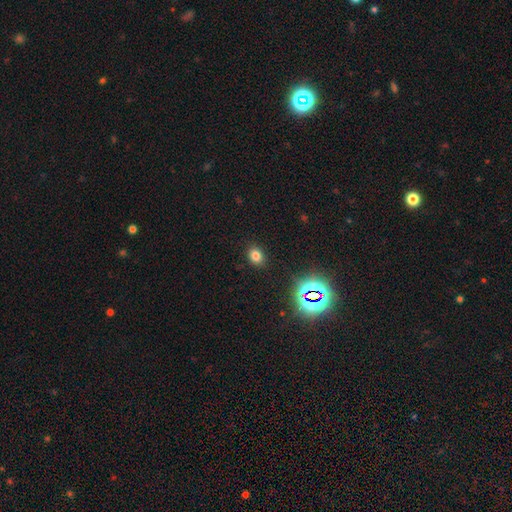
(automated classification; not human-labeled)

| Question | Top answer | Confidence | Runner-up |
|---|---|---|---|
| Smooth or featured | smooth | 74% | star or artifact (19%) |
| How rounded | in between | 61% | round (37%) |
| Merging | none | 88% | minor disturbance (8%) |